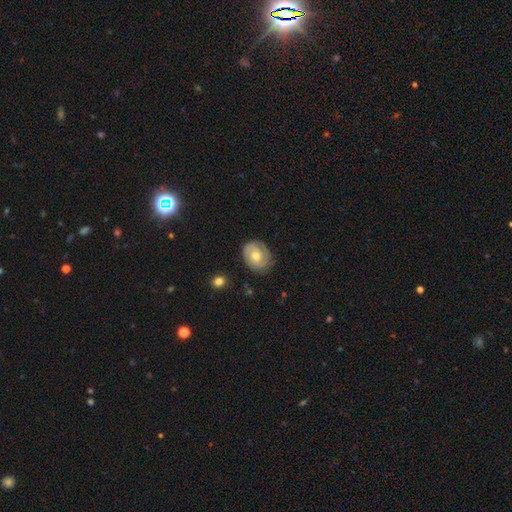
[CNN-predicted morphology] Smooth or featured?
  - featured or disk: 61% *
  - smooth: 32%
  - star or artifact: 7%
Edge-on disk?
  - no: 96% *
  - yes: 4%
Bar?
  - no: 69% *
  - weak: 26%
  - strong: 5%
Spiral arms?
  - yes: 82% *
  - no: 18%
Bulge size?
  - moderate: 67% *
  - small: 28%
  - large: 3%
  - none: 1%
  - dominant: 1%
Merging?
  - none: 76% *
  - minor disturbance: 18%
  - major disturbance: 5%
  - merger: 1%